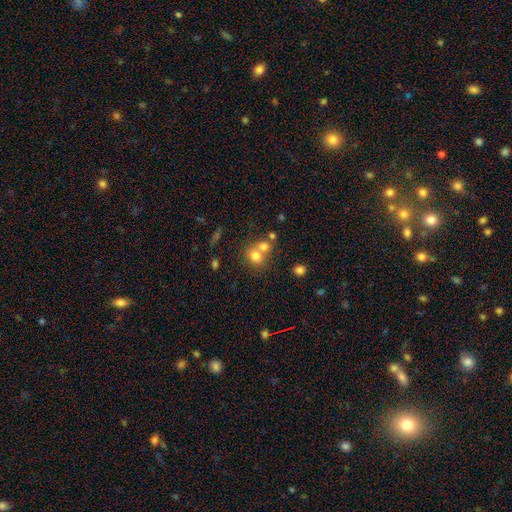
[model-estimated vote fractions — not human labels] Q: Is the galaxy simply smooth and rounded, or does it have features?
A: smooth — 75%.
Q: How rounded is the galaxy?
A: round — 59%.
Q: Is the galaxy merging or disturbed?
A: merger — 52%.